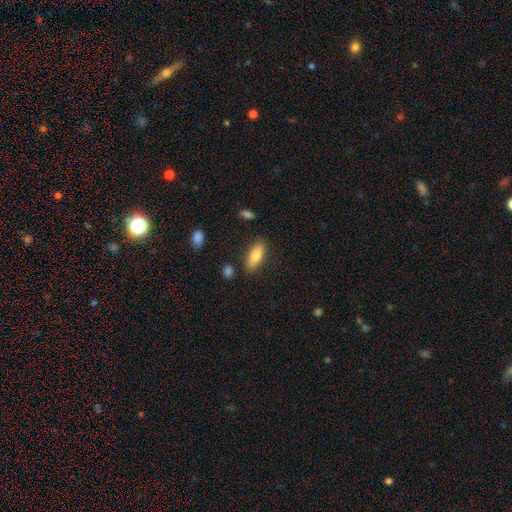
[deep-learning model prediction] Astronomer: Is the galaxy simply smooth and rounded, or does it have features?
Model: smooth — 78%.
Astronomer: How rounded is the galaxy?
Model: in between — 72%.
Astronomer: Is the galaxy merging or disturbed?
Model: none — 83%.